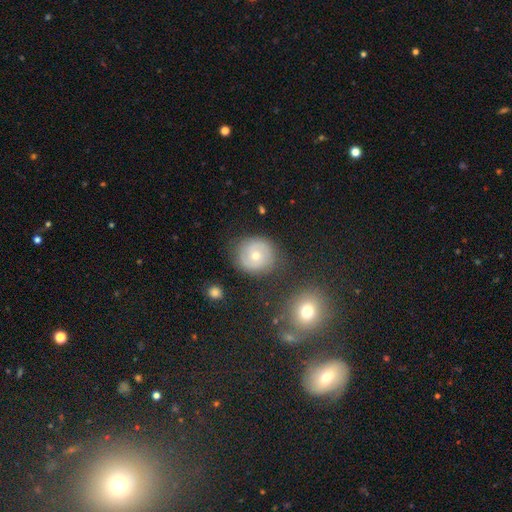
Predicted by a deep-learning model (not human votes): Smooth or featured: featured or disk — 56% (smooth — 35%)
Edge-on disk: no — 97% (yes — 3%)
Bar: no — 73% (weak — 23%)
Spiral arms: yes — 80% (no — 20%)
Bulge size: moderate — 54% (small — 42%)
Merging: none — 81% (minor disturbance — 12%)